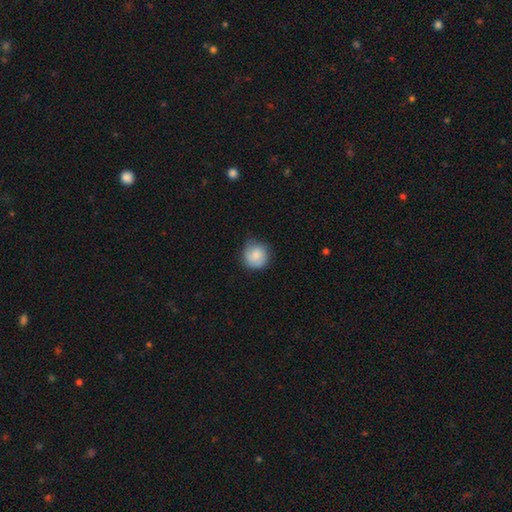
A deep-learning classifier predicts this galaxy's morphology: Smooth or featured: smooth — 80% (featured or disk — 13%)
How rounded: round — 88% (in between — 11%)
Merging: none — 70% (minor disturbance — 24%)